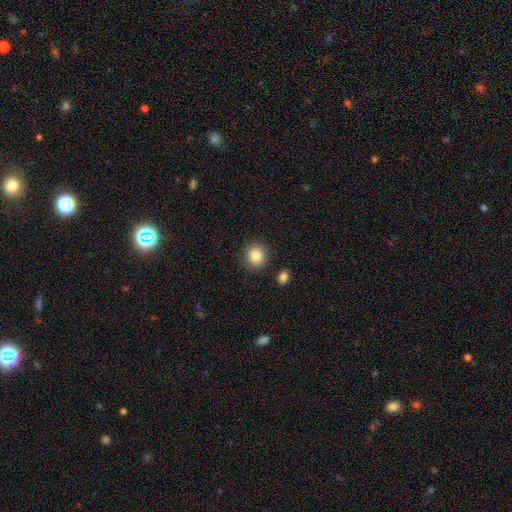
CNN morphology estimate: smooth_or_featured: smooth (p=0.86) [alt: star or artifact p=0.09]
how_rounded: round (p=0.88) [alt: in between p=0.11]
merging: none (p=0.88) [alt: minor disturbance p=0.07]